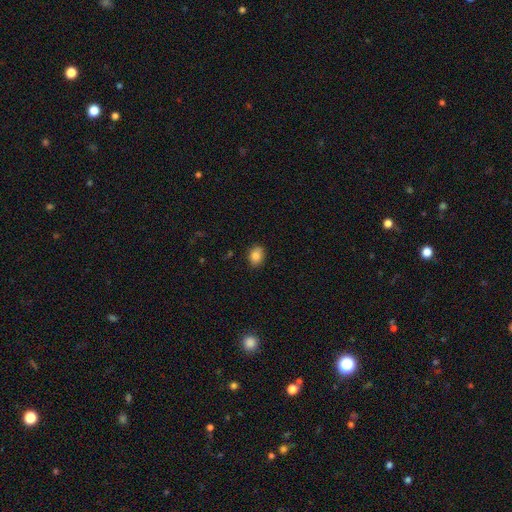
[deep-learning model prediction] A smooth galaxy with no disk features (85%) that is in between round and cigar-shaped (58%).

Vote fractions:
- Smooth or featured? smooth: 85% / star or artifact: 9% / featured or disk: 6%
- How rounded? in between: 58% / round: 41% / cigar-shaped: 1%
- Merging? none: 85% / minor disturbance: 12% / major disturbance: 2% / merger: 1%